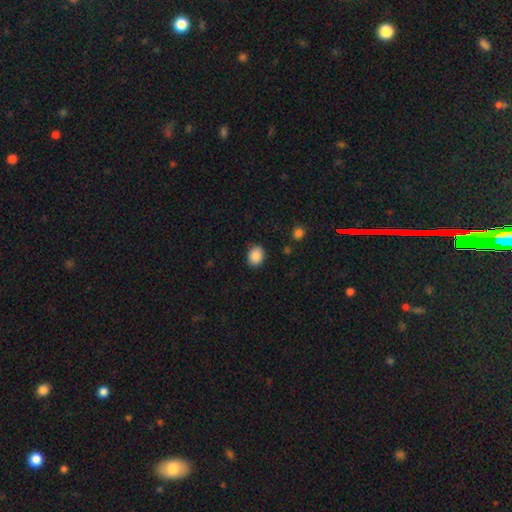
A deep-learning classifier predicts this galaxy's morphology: Smooth or featured: smooth — 87% (star or artifact — 8%)
How rounded: round — 50% (in between — 49%)
Merging: none — 86% (minor disturbance — 10%)